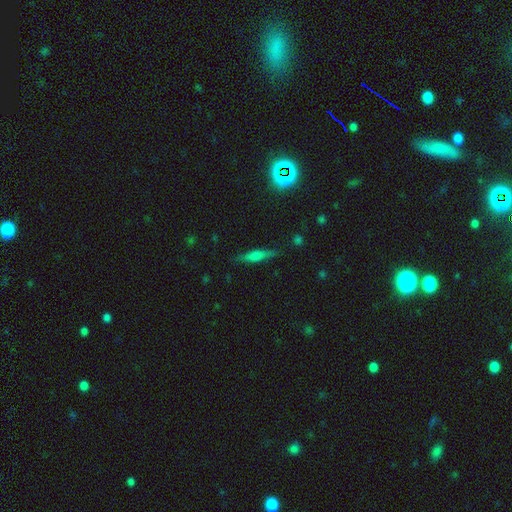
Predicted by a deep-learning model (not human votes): Morphology: type=smooth (47%); merging=none (85%).